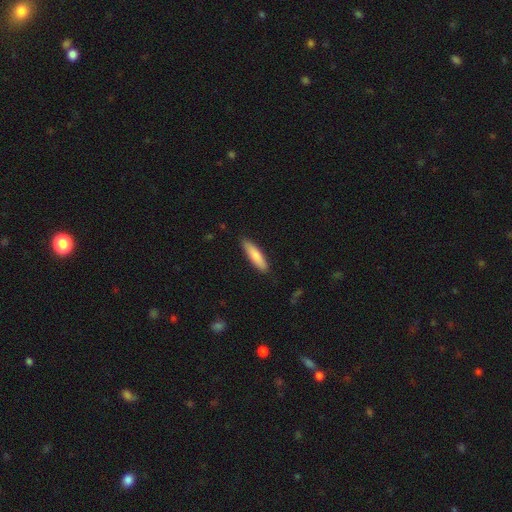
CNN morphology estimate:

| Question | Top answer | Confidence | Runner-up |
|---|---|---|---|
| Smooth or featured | smooth | 82% | featured or disk (13%) |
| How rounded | cigar-shaped | 74% | in between (25%) |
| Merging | none | 87% | minor disturbance (10%) |